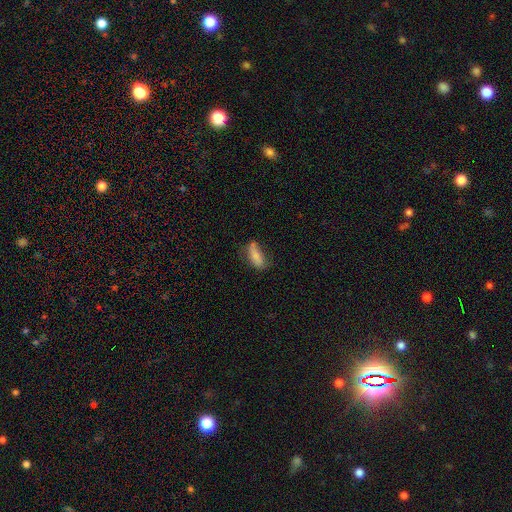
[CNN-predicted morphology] type=smooth (78%); roundness=in between (66%); merging=none (51%).